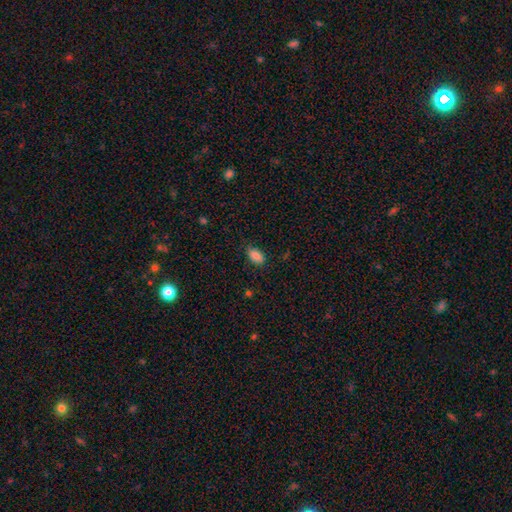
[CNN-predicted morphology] Smooth or featured: smooth — 86% (star or artifact — 9%)
How rounded: in between — 91% (round — 5%)
Merging: none — 81% (minor disturbance — 15%)